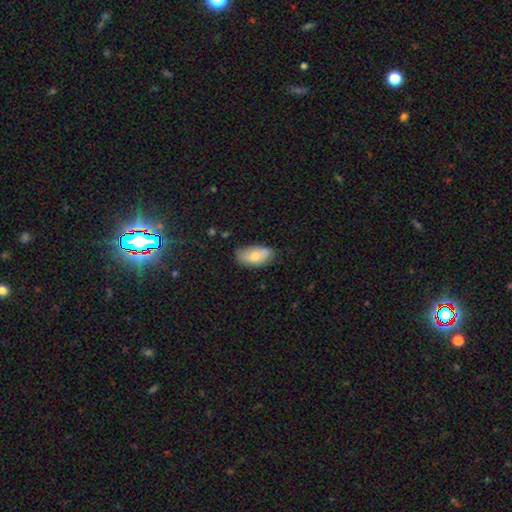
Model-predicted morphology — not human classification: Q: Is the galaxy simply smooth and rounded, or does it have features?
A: smooth — 73%.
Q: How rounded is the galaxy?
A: in between — 93%.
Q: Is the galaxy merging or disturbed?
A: none — 65%.